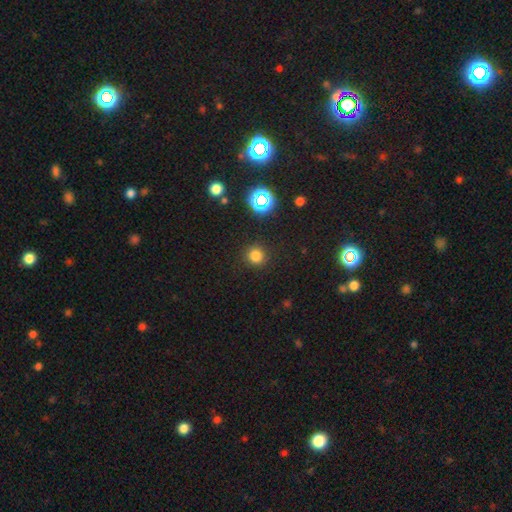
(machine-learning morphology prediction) A smooth galaxy with no disk features (77%) that is round (93%). Merging: none (90%).